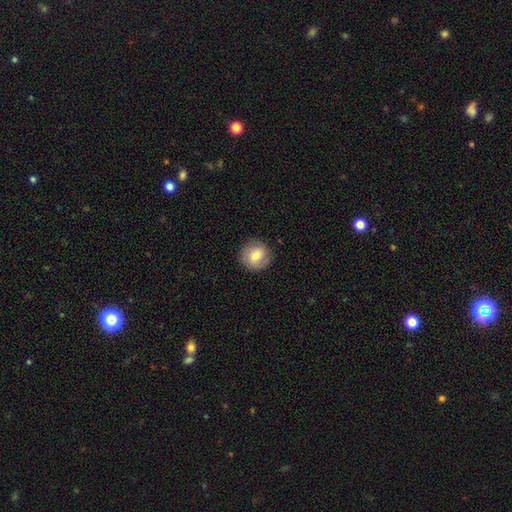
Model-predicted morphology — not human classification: smooth_or_featured: smooth (p=0.68) [alt: featured or disk p=0.24]
how_rounded: round (p=0.90) [alt: in between p=0.09]
merging: none (p=0.85) [alt: minor disturbance p=0.11]